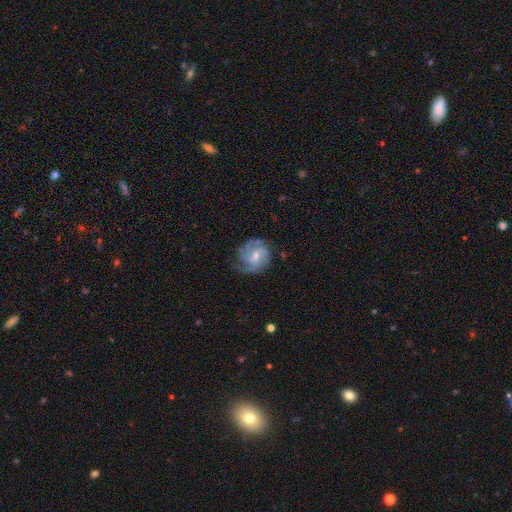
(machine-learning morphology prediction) A featured or disk galaxy (84%) with no bar (47%), 3 (43%) tight (51%) spiral arms (97%) and a moderate central bulge (49%). Merging: none (74%).